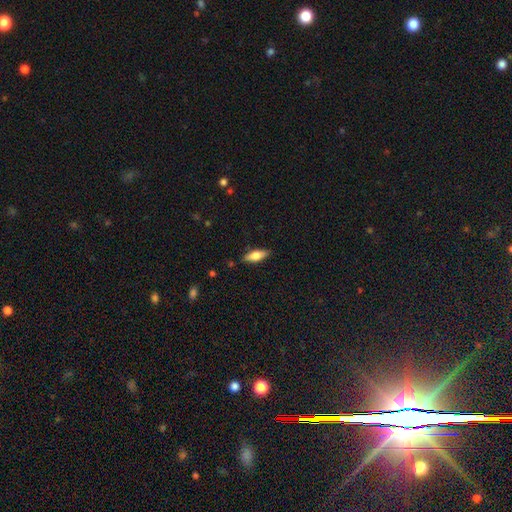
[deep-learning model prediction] Smooth or featured? smooth (62%)
How rounded? in between (63%)
Merging? none (86%)